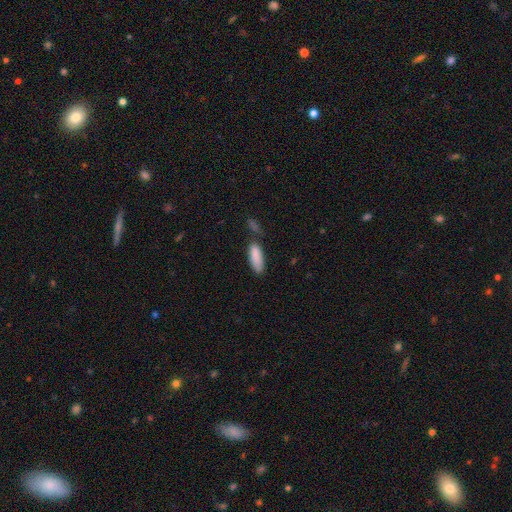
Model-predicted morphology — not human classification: smooth-or-featured: smooth: 88% | star or artifact: 6% | featured or disk: 6%
  how-rounded: in between: 62% | cigar-shaped: 36% | round: 2%
  merging: none: 59% | minor disturbance: 20% | merger: 15% | major disturbance: 6%